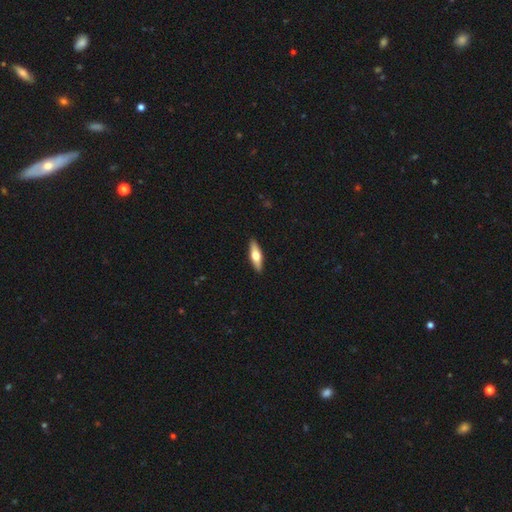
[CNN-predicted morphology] A smooth galaxy with no disk features (56%) that is cigar-shaped (54%). Merging: none (91%).